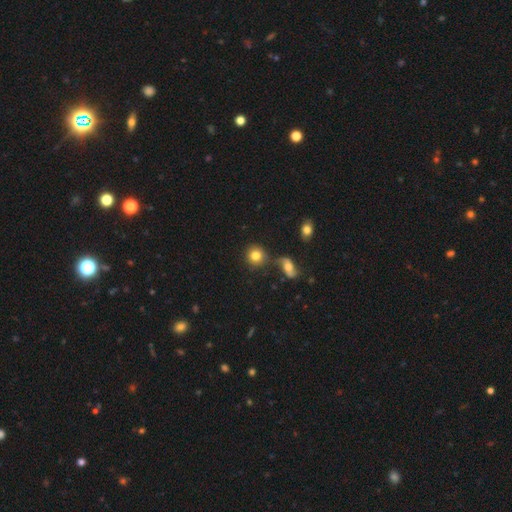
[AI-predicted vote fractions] A smooth galaxy with no disk features (81%) that is round (87%).

Vote fractions:
- Smooth or featured? smooth: 81% / star or artifact: 10% / featured or disk: 10%
- How rounded? round: 87% / in between: 12% / cigar-shaped: 1%
- Merging? none: 73% / merger: 12% / minor disturbance: 11% / major disturbance: 4%